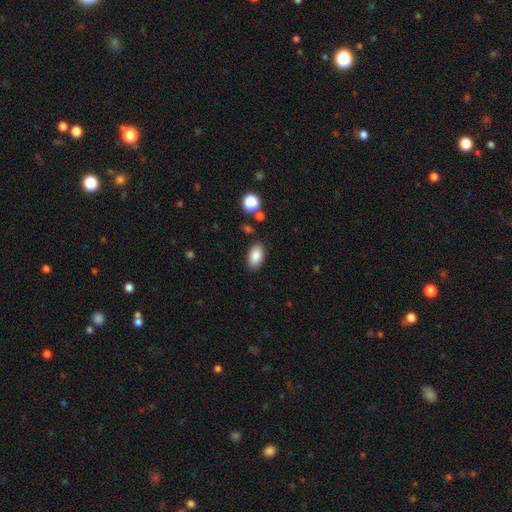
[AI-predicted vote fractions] Overall: smooth (86%). How rounded: in between (92%). Merging: none (85%).